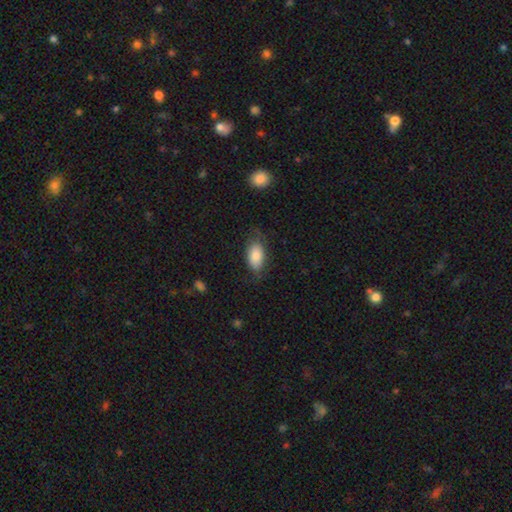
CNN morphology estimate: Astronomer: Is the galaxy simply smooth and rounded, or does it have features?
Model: smooth — 81%.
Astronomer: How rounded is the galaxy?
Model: in between — 92%.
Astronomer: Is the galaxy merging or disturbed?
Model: none — 65%.